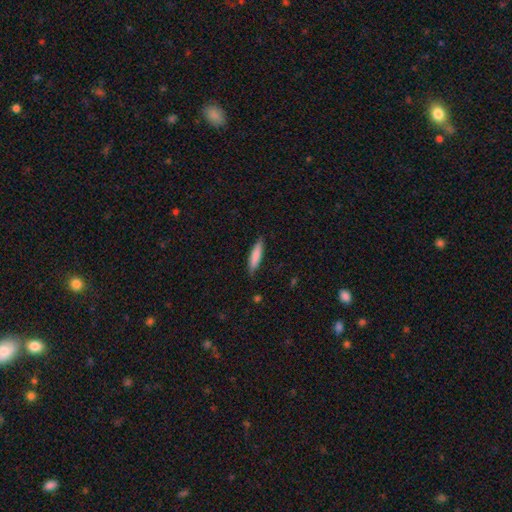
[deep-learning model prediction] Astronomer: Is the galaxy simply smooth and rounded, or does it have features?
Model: smooth — 81%.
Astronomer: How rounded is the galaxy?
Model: cigar-shaped — 78%.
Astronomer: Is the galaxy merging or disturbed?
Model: none — 83%.